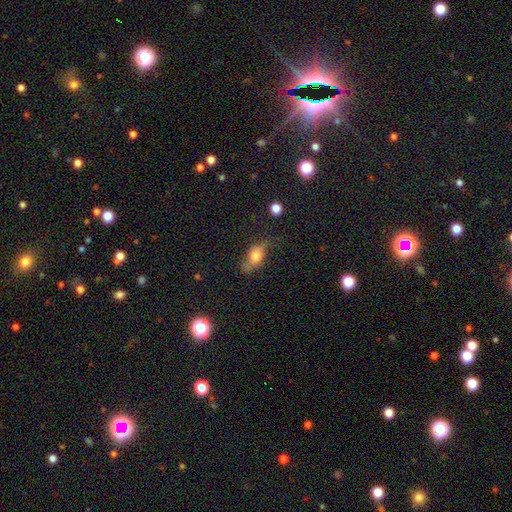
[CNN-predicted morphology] A smooth galaxy with no disk features (63%) that is in between round and cigar-shaped (78%).

Vote fractions:
- Smooth or featured? smooth: 63% / featured or disk: 28% / star or artifact: 10%
- How rounded? in between: 78% / cigar-shaped: 12% / round: 10%
- Merging? none: 55% / minor disturbance: 29% / major disturbance: 14% / merger: 2%